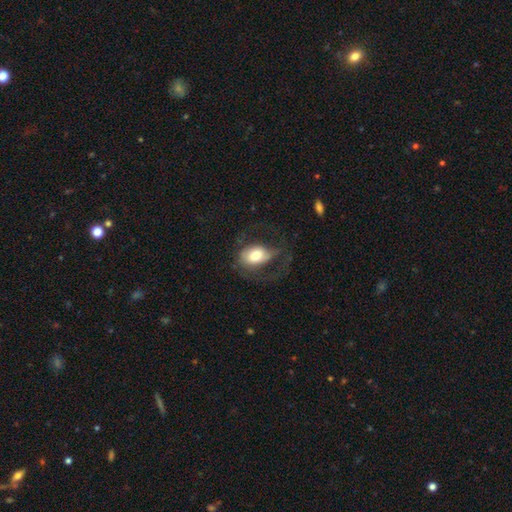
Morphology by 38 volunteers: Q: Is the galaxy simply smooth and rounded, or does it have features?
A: smooth — 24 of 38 (63%).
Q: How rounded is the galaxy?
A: in between — 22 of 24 (92%).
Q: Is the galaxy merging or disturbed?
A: major disturbance — 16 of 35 (46%).